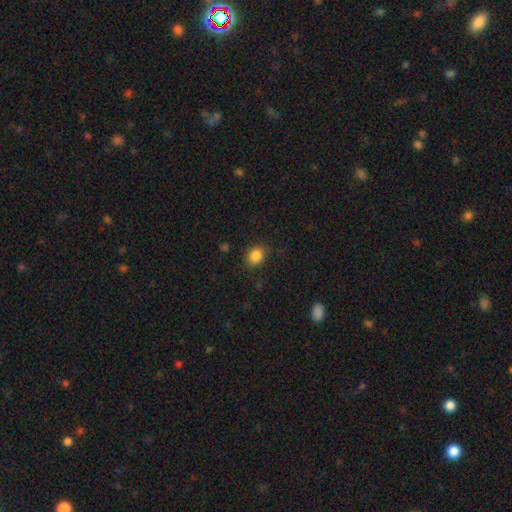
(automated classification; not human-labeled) smooth 86%, star or artifact 10%, featured or disk 4%. Down the decision tree: how rounded — round (56%); merging — none (86%).